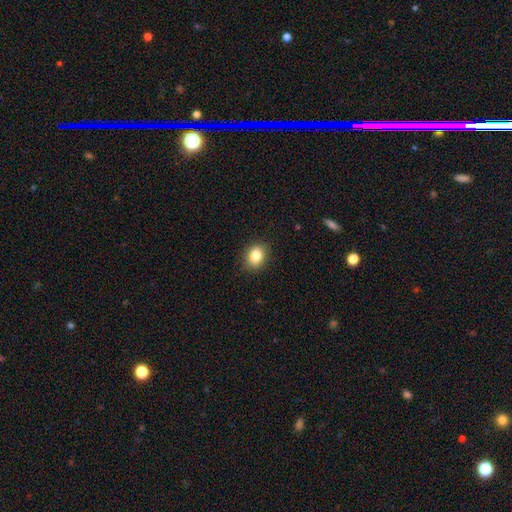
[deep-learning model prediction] Morphology: type=smooth (84%); roundness=in between (50%); merging=none (87%).